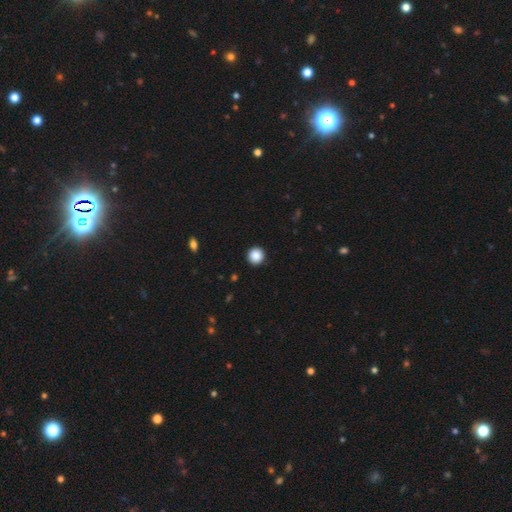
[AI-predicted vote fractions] Morphology: type=smooth (87%); roundness=round (95%); merging=none (93%).